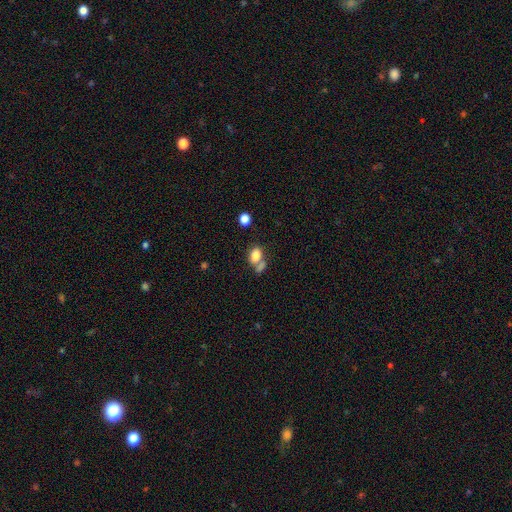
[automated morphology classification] Smooth or featured? Predicted: smooth (p=0.82). How rounded? Predicted: in between (p=0.81). Merging? Predicted: none (p=0.43).